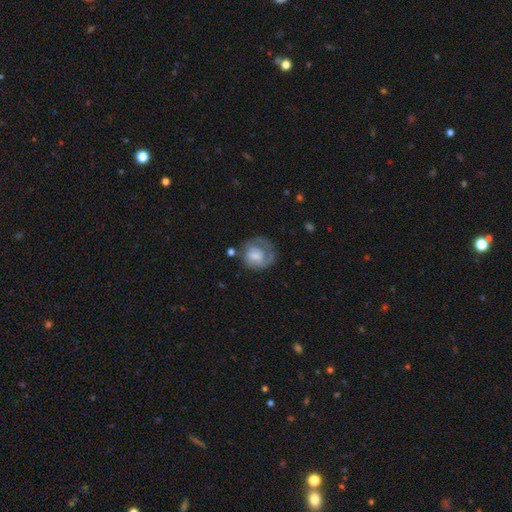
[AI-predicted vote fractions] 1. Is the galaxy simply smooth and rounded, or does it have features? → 49% featured or disk, 43% smooth, 7% star or artifact.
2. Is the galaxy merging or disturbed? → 47% none, 25% major disturbance, 24% minor disturbance, 4% merger.